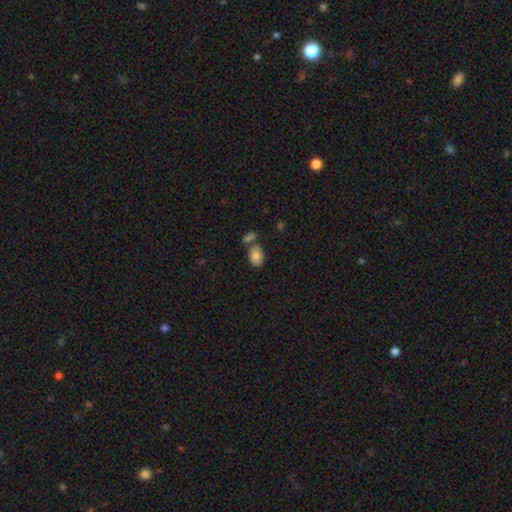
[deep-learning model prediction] Overall: smooth (83%). How rounded: in between (82%). Merging: none (52%; merger 28%).